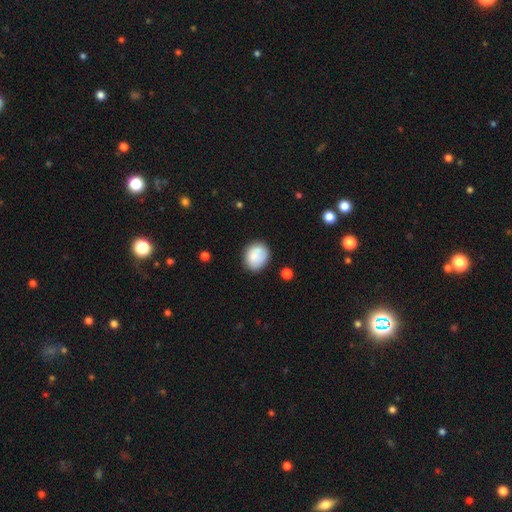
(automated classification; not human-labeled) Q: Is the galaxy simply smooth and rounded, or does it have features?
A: smooth — 81%.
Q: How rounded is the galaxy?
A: round — 65%.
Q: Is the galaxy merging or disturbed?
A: none — 74%.